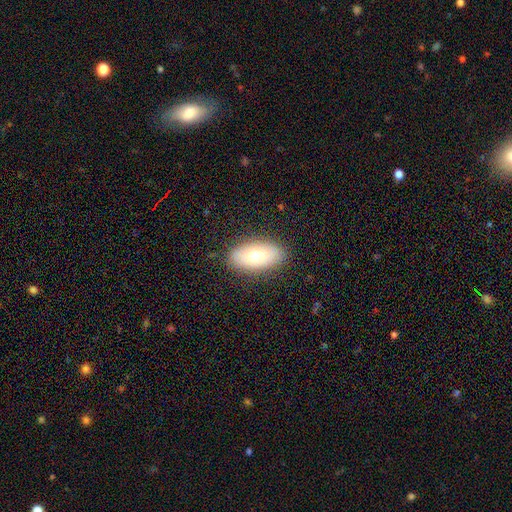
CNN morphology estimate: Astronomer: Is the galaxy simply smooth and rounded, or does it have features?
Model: smooth — 71%.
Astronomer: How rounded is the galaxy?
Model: in between — 93%.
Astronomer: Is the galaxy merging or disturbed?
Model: none — 87%.